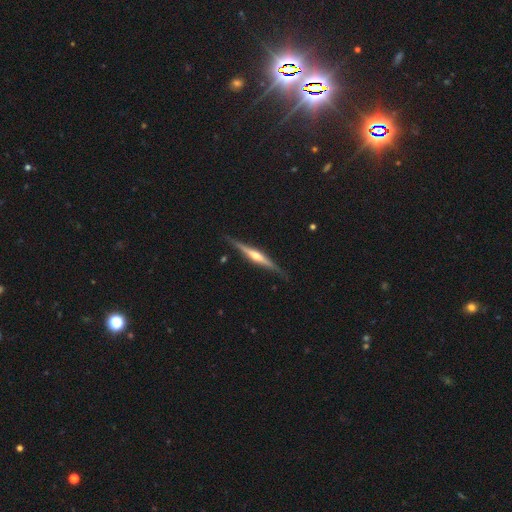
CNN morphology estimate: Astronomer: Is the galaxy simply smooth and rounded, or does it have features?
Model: featured or disk — 77%.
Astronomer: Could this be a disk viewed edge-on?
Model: yes — 98%.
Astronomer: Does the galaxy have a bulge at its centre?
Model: rounded — 84%.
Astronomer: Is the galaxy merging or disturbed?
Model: none — 85%.